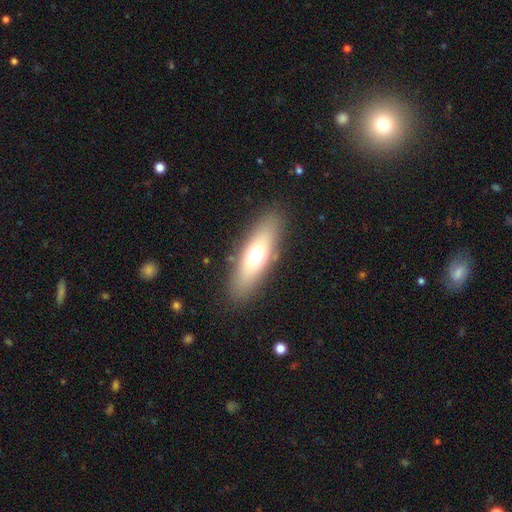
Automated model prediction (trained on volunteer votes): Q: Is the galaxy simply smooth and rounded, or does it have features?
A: smooth — 62%.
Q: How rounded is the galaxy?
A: in between — 61%.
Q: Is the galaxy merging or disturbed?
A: none — 85%.